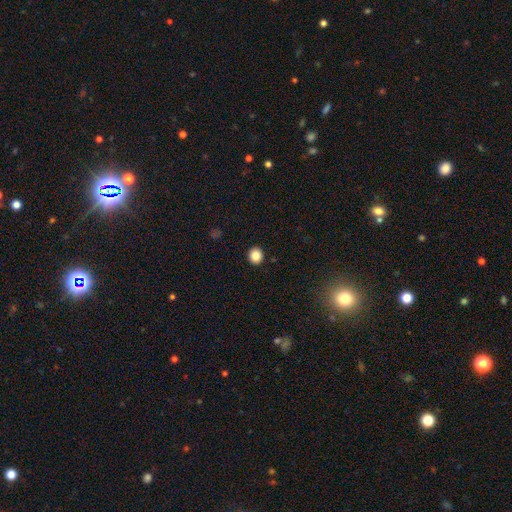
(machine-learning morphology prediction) A smooth galaxy with no disk features (86%) that is round (88%).

Vote fractions:
- Smooth or featured? smooth: 86% / star or artifact: 10% / featured or disk: 4%
- How rounded? round: 88% / in between: 11% / cigar-shaped: 1%
- Merging? none: 93% / minor disturbance: 4% / major disturbance: 2% / merger: 1%